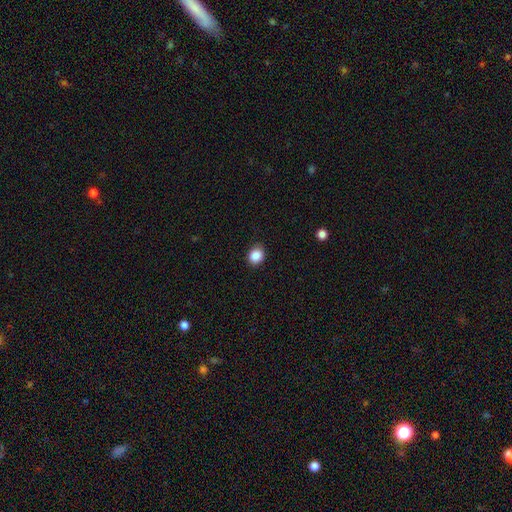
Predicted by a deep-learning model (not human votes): Smooth or featured? smooth (88%)
How rounded? round (64%)
Merging? none (85%)